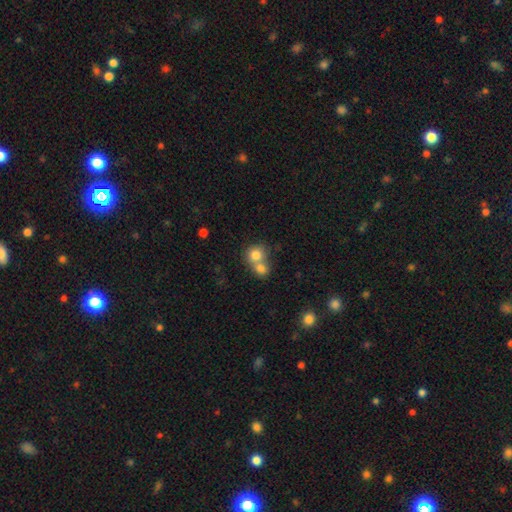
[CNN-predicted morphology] A smooth galaxy with no disk features (79%) that is round (82%). Merging: merger (58%).